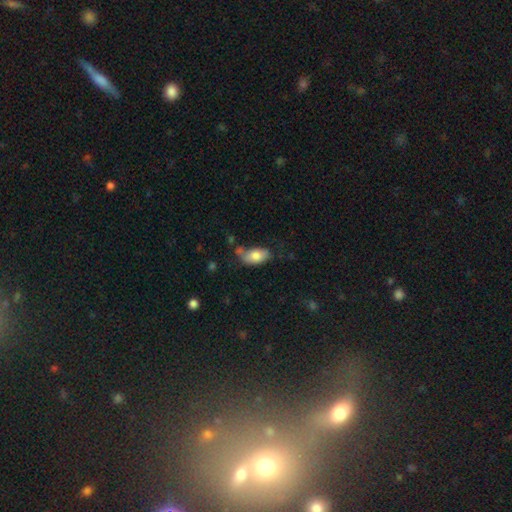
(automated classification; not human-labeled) A smooth galaxy with no disk features (80%) that is in between round and cigar-shaped (92%). Merging: none (48%).